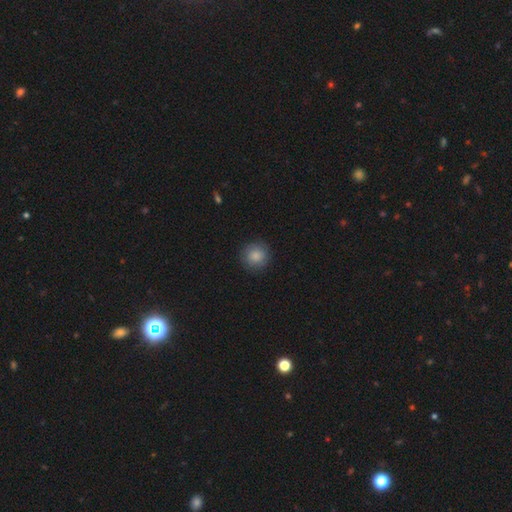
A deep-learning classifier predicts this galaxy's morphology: The model was most divided on "smooth or featured": smooth: 84%, featured or disk: 8%, star or artifact: 8%. More confident: how rounded — round (93%); merging — none (88%).